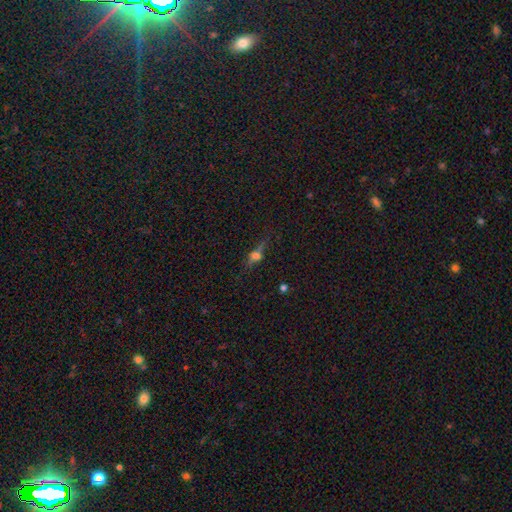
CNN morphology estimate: Overall: featured or disk (47%; smooth 34%). Merging: none (73%).